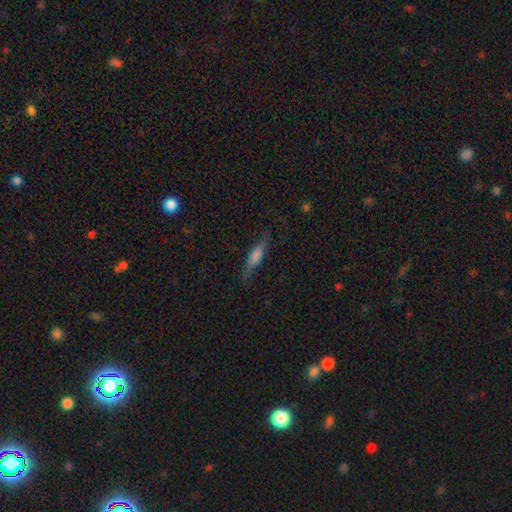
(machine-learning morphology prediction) A smooth galaxy with no disk features (54%) that is cigar-shaped (81%). Merging: none (77%).